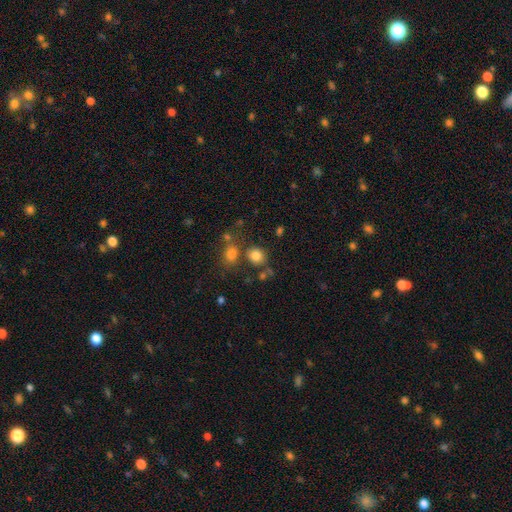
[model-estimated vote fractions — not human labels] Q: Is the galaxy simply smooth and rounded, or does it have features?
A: smooth — 80%.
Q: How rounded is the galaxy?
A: round — 73%.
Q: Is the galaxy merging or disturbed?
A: none — 68%.